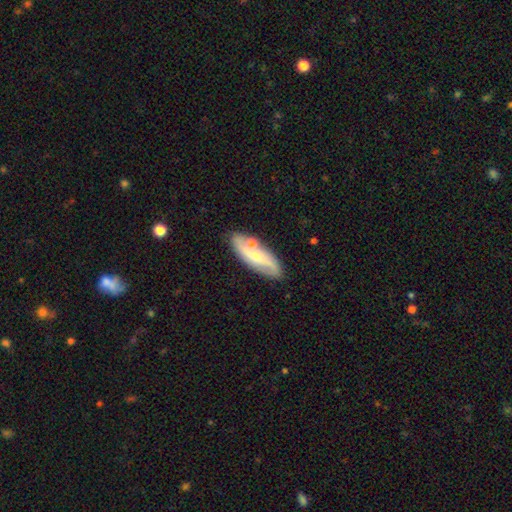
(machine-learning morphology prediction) Smooth or featured? featured or disk (65%)
Edge-on disk? no (84%)
Bar? no (49%)
Spiral arms? yes (86%)
Bulge size? small (54%)
Merging? none (74%)